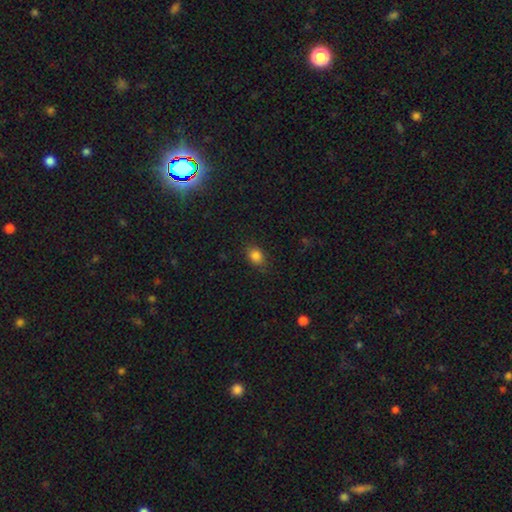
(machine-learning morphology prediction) Smooth or featured?
  - smooth: 84% *
  - star or artifact: 12%
  - featured or disk: 5%
How rounded?
  - in between: 62% *
  - round: 37%
  - cigar-shaped: 1%
Merging?
  - none: 83% *
  - minor disturbance: 13%
  - major disturbance: 3%
  - merger: 1%